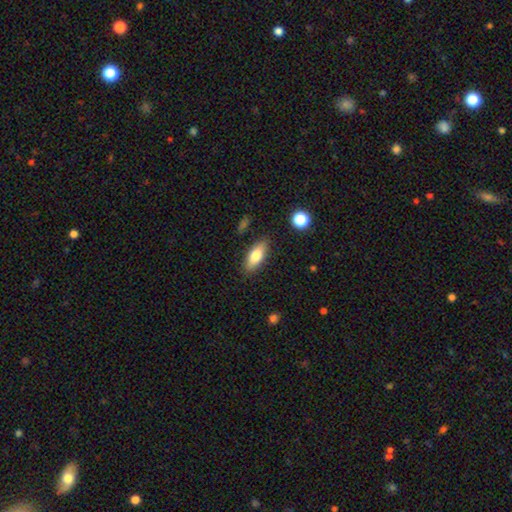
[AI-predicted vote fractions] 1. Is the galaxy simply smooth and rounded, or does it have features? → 76% smooth, 17% featured or disk, 7% star or artifact.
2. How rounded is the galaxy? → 74% in between, 23% cigar-shaped, 3% round.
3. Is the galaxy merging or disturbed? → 85% none, 11% minor disturbance, 2% major disturbance, 2% merger.